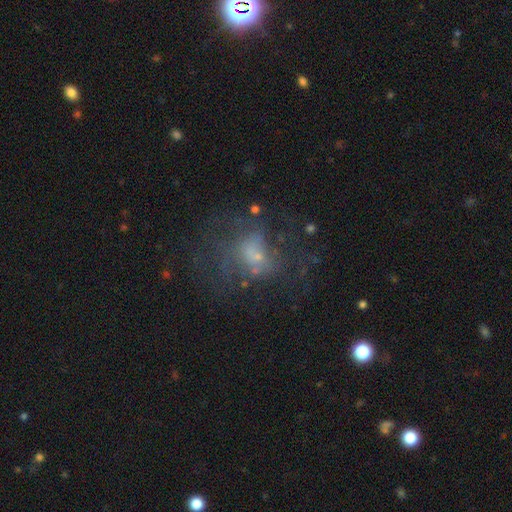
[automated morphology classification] smooth-or-featured: featured or disk: 43% | smooth: 30% | star or artifact: 28%
  merging: none: 55% | major disturbance: 24% | minor disturbance: 17% | merger: 3%